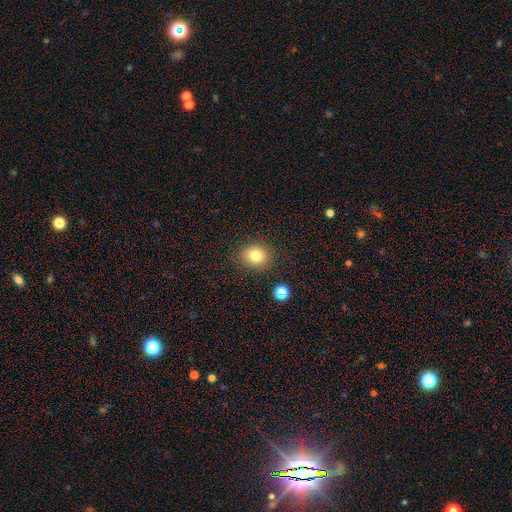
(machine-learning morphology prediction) Overall: smooth (79%). How rounded: round (66%; in between 33%). Merging: none (84%).